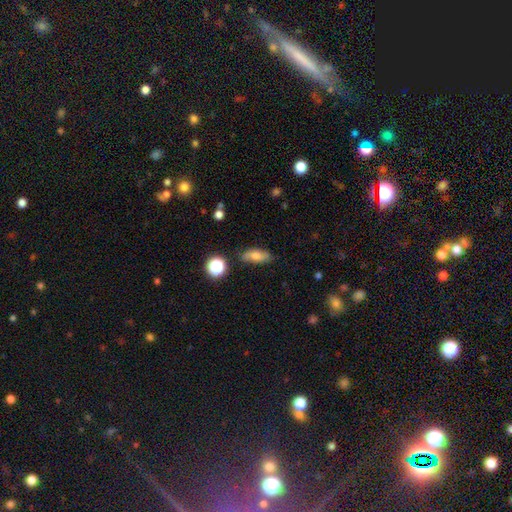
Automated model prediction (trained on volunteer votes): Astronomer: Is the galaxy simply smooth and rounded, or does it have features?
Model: smooth — 66%.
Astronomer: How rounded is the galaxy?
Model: in between — 70%.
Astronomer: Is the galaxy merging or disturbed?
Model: none — 78%.